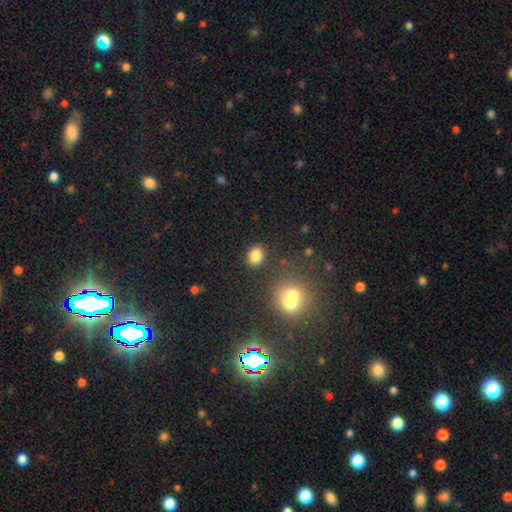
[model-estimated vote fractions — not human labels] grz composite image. It shows a smooth galaxy with no disk features (83%) that is in between round and cigar-shaped (59%). Merging: none (83%).